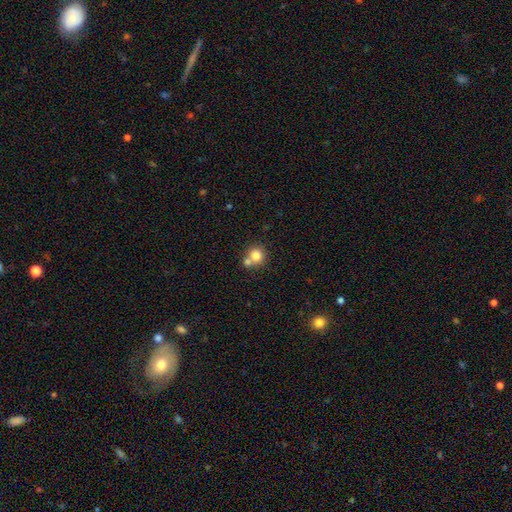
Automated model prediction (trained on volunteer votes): Smooth or featured? smooth (78%)
How rounded? round (88%)
Merging? none (51%)